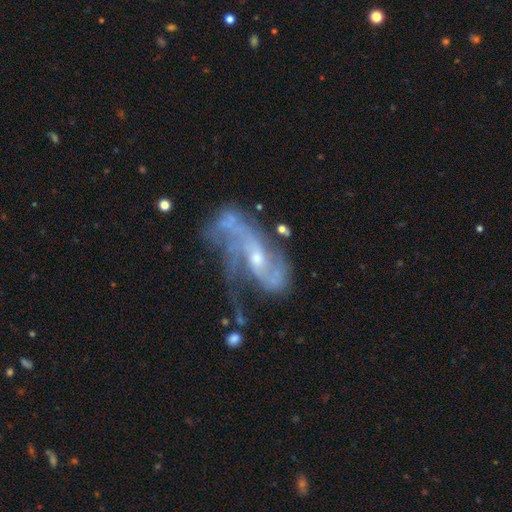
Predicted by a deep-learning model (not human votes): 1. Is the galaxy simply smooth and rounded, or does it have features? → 84% featured or disk, 8% star or artifact, 8% smooth.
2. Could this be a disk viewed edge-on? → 94% no, 6% yes.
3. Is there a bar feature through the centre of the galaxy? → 50% no, 37% weak, 14% strong.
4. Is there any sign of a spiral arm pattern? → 89% yes, 11% no.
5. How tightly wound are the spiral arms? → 47% loose, 37% medium, 16% tight.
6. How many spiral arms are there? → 53% 2, 17% can't tell, 13% 3, 9% 1, 4% 4, 4% more than 4.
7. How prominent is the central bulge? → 60% small, 34% moderate, 3% none, 2% large, 1% dominant.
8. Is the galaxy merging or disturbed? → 35% none, 33% major disturbance, 20% minor disturbance, 12% merger.